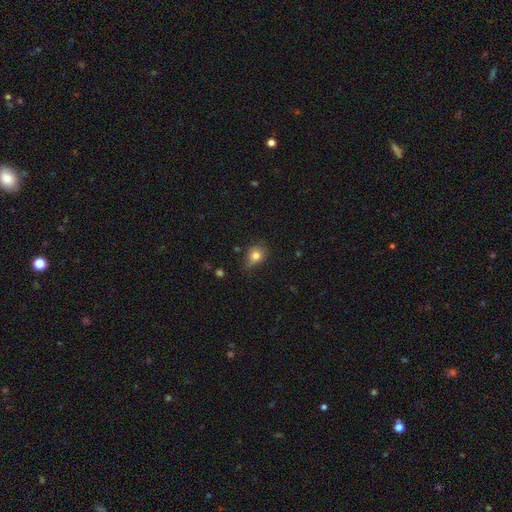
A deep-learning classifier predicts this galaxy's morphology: Smooth or featured? smooth (78%)
How rounded? round (56%)
Merging? none (57%)